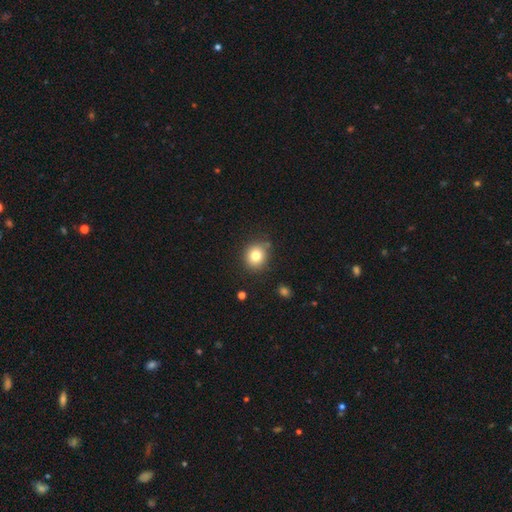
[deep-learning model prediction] A smooth galaxy with no disk features (80%) that is round (82%). Merging: none (80%).